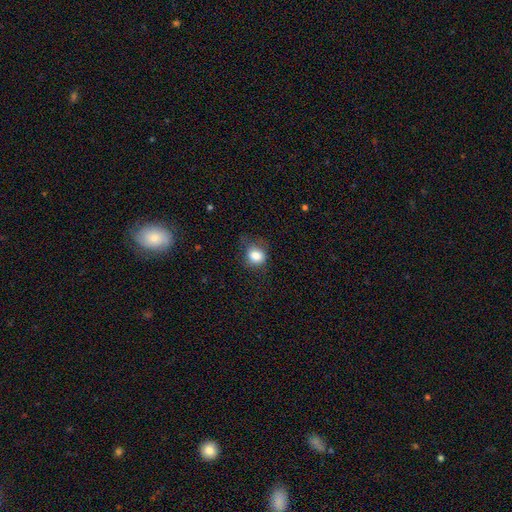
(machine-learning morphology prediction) type=smooth (83%); roundness=round (73%); merging=none (65%).